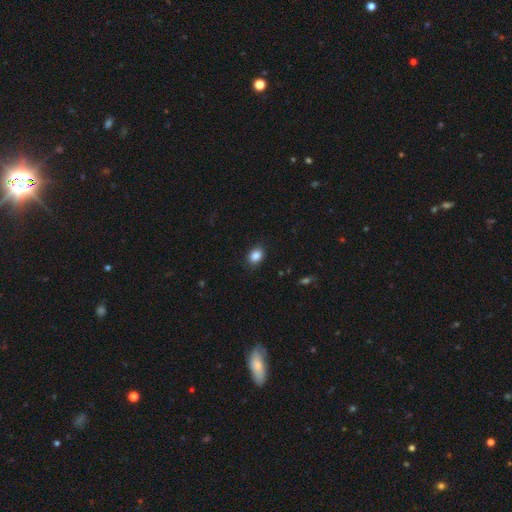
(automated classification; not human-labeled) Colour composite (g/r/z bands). It shows a smooth galaxy with no disk features (87%) that is in between round and cigar-shaped (67%). Merging: none (86%).